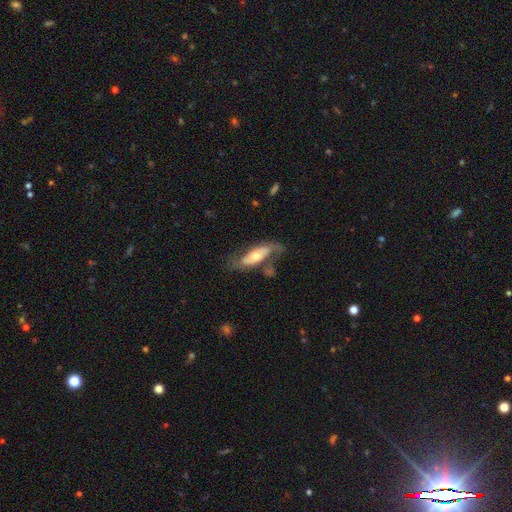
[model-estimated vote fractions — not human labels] This appears to be a featured or disk galaxy (64%) with no bar (59%), spiral arms (74%) and a moderate central bulge (63%). Merging: none (53%).